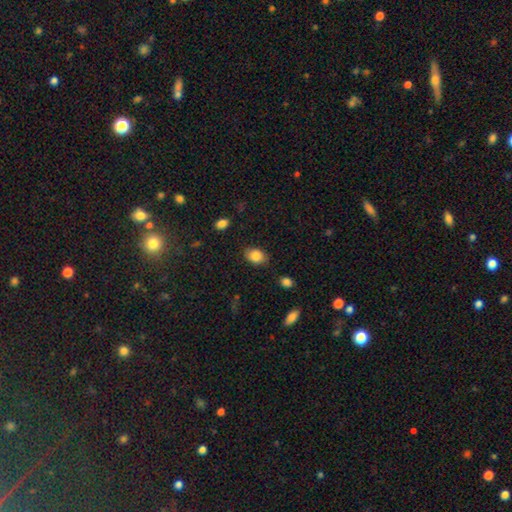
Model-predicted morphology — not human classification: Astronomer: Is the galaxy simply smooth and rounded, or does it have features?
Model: smooth — 85%.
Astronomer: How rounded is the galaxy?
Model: in between — 78%.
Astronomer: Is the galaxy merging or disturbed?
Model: none — 79%.